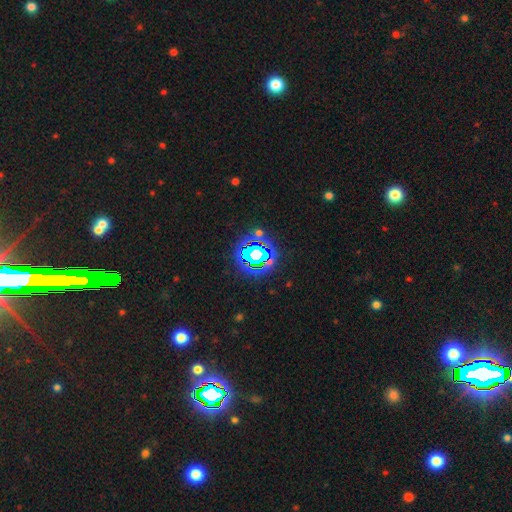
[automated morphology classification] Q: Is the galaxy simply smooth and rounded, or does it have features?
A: star or artifact — 80%.